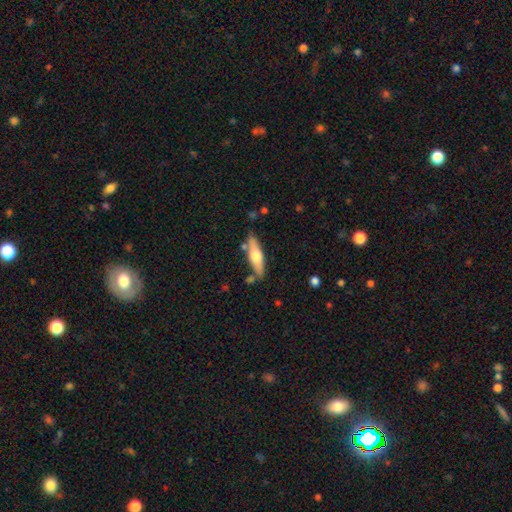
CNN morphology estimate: smooth_or_featured: smooth (p=0.49) [alt: featured or disk p=0.46]
merging: none (p=0.78) [alt: minor disturbance p=0.13]